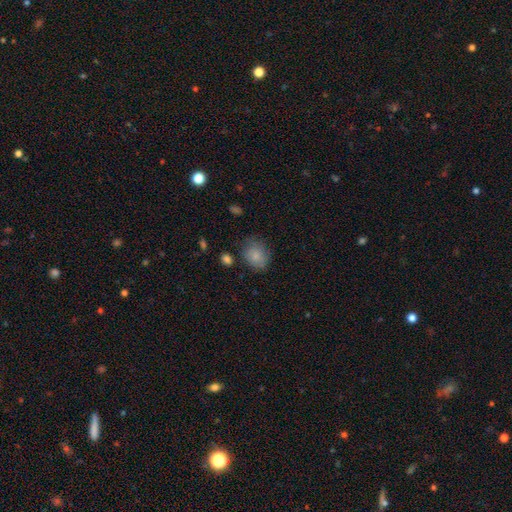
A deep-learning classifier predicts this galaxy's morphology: smooth_or_featured: smooth (p=0.84) [alt: featured or disk p=0.08]
how_rounded: in between (p=0.51) [alt: round p=0.48]
merging: none (p=0.68) [alt: minor disturbance p=0.23]